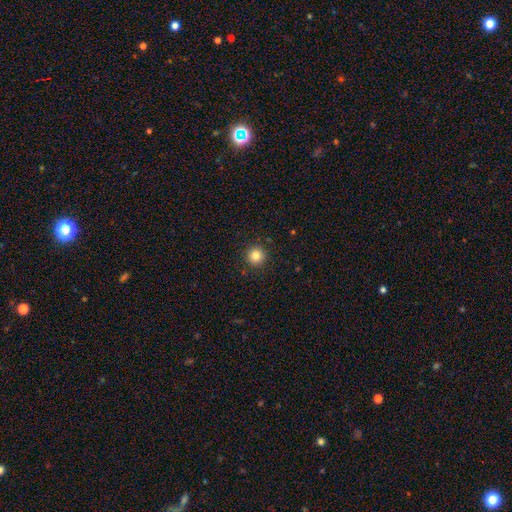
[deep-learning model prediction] A smooth galaxy with no disk features (82%) that is round (95%).

Vote fractions:
- Smooth or featured? smooth: 82% / star or artifact: 12% / featured or disk: 6%
- How rounded? round: 95% / in between: 4% / cigar-shaped: 1%
- Merging? none: 91% / minor disturbance: 5% / major disturbance: 2% / merger: 1%